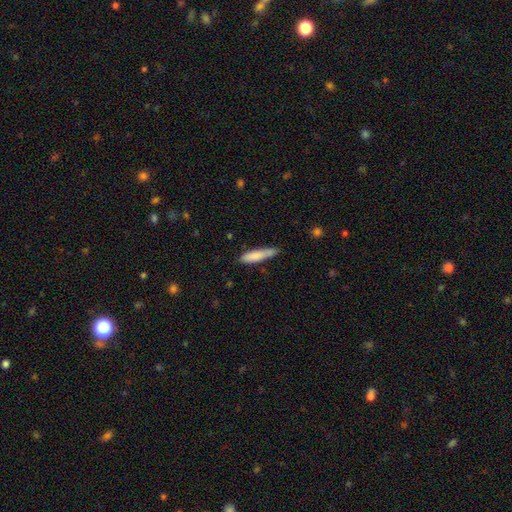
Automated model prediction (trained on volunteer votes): A smooth galaxy with no disk features (80%) that is cigar-shaped (80%).

Vote fractions:
- Smooth or featured? smooth: 80% / featured or disk: 14% / star or artifact: 6%
- How rounded? cigar-shaped: 80% / in between: 19% / round: 1%
- Merging? none: 63% / minor disturbance: 28% / major disturbance: 5% / merger: 4%